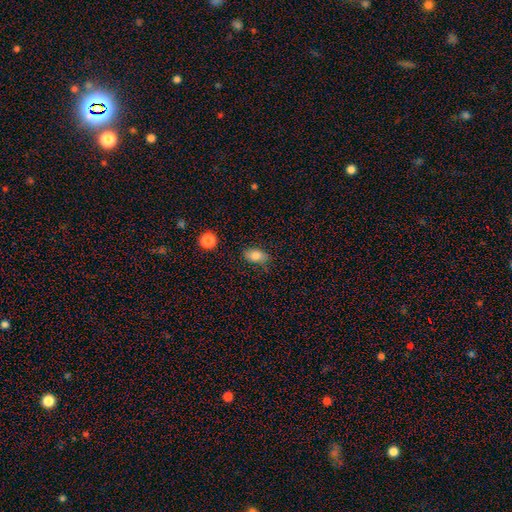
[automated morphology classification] type=smooth (81%); roundness=in between (86%); merging=none (79%).